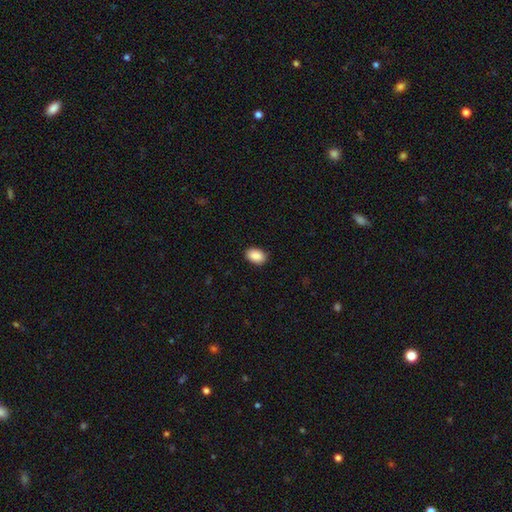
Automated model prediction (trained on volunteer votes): This is clearly a smooth galaxy (89%). How rounded: clearly in between (83%). Merging: clearly none (89%).